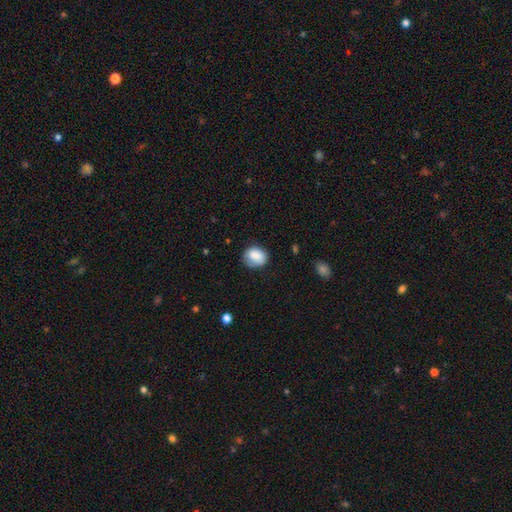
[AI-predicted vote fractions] A smooth galaxy with no disk features (85%) that is round (53%).

Vote fractions:
- Smooth or featured? smooth: 85% / star or artifact: 8% / featured or disk: 8%
- How rounded? round: 53% / in between: 46% / cigar-shaped: 1%
- Merging? none: 69% / minor disturbance: 24% / major disturbance: 6% / merger: 2%